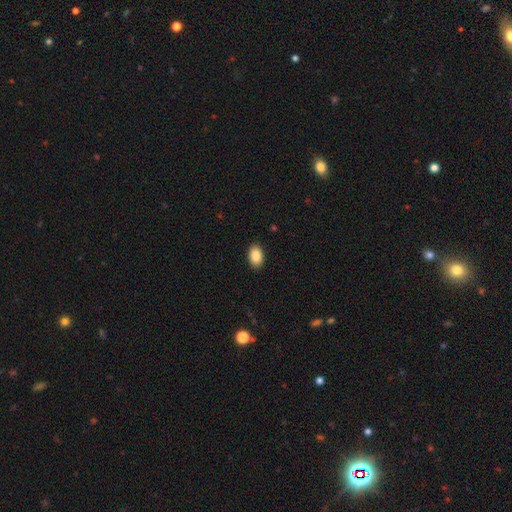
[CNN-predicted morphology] type=smooth (88%); roundness=in between (90%); merging=none (90%).